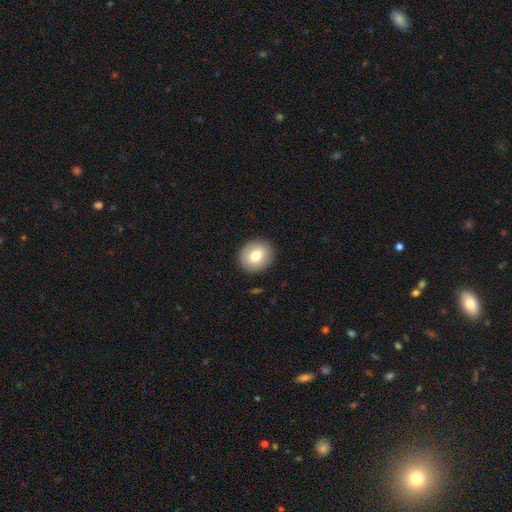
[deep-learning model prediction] Q: Smooth or featured?
A: smooth (75%); runner-up: featured or disk (17%)
Q: How rounded?
A: round (76%); runner-up: in between (23%)
Q: Merging?
A: none (90%); runner-up: minor disturbance (7%)